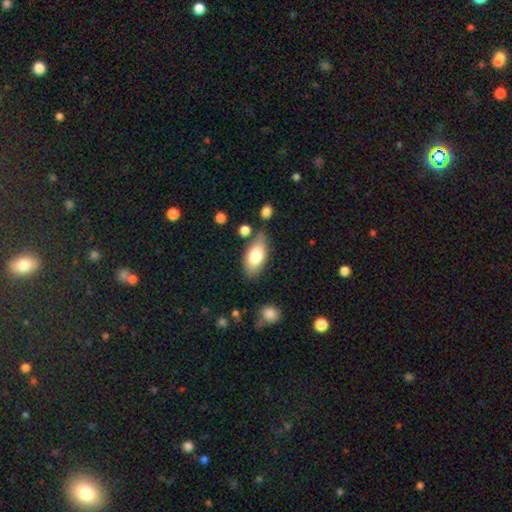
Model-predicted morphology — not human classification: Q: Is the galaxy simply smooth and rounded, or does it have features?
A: smooth — 76%.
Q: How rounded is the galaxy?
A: in between — 89%.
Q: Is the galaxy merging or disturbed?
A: none — 74%.